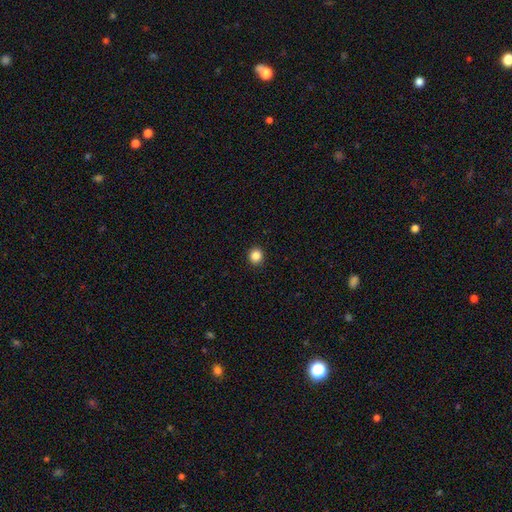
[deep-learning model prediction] smooth 86%, star or artifact 11%, featured or disk 3%. Down the decision tree: how rounded — round (90%); merging — none (93%).